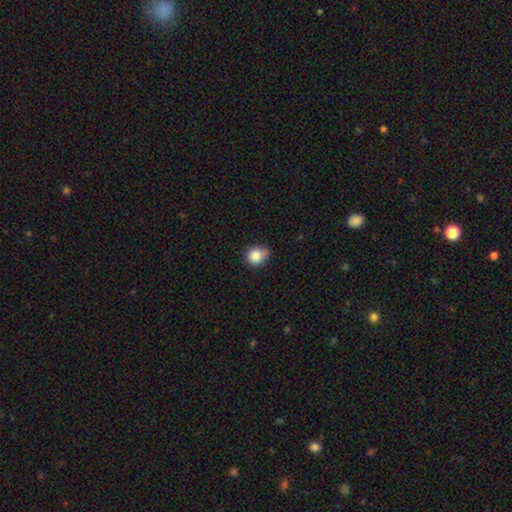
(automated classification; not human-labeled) Smooth or featured? Predicted: smooth (p=0.85). How rounded? Predicted: round (p=0.80). Merging? Predicted: none (p=0.54).